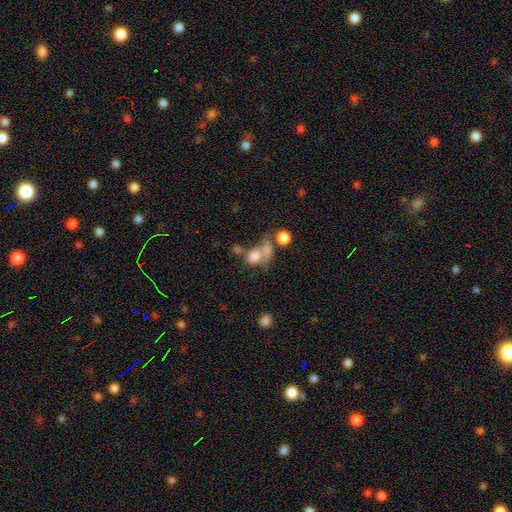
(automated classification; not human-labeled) smooth 70%, featured or disk 16%, star or artifact 14%. Down the decision tree: how rounded — round (54%); merging — merger (50%).